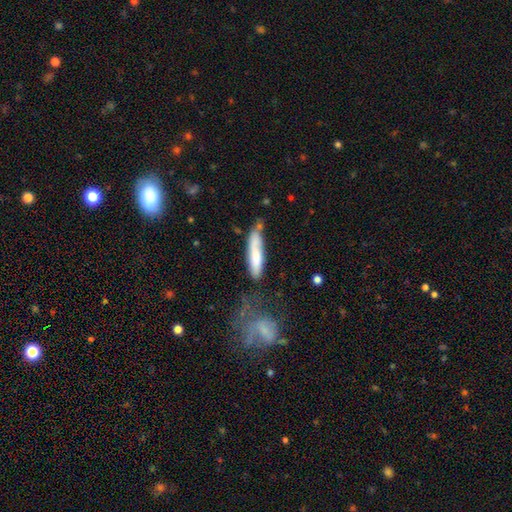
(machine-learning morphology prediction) The model was most divided on "merging": none: 51%, minor disturbance: 26%, merger: 12%, major disturbance: 10%. More confident: how rounded — cigar-shaped (78%); smooth or featured — smooth (68%).